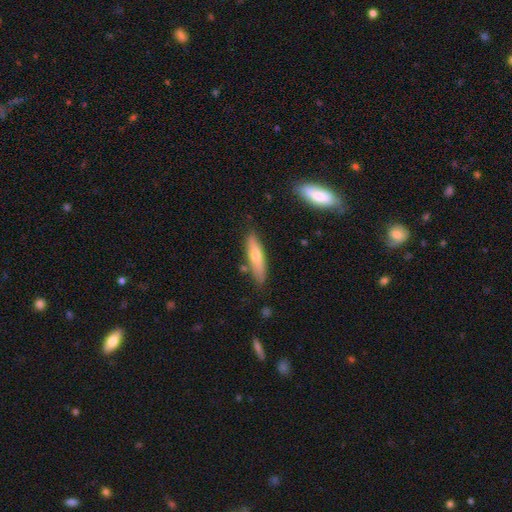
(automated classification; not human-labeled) Overall: smooth (59%; featured or disk 35%). How rounded: cigar-shaped (71%). Merging: none (79%).